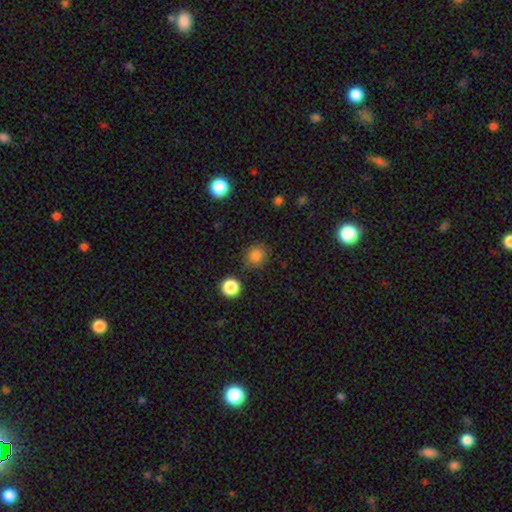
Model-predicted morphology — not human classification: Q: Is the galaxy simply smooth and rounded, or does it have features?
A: smooth — 82%.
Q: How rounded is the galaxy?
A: round — 85%.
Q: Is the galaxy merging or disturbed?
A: none — 86%.